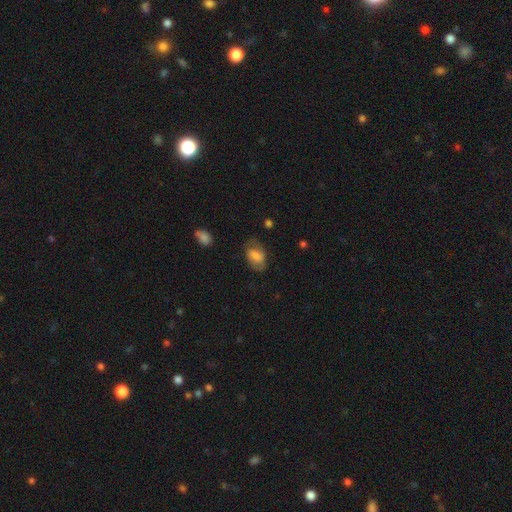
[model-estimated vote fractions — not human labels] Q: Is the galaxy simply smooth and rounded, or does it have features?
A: smooth — 62%.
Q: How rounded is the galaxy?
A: in between — 87%.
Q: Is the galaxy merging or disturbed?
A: none — 64%.